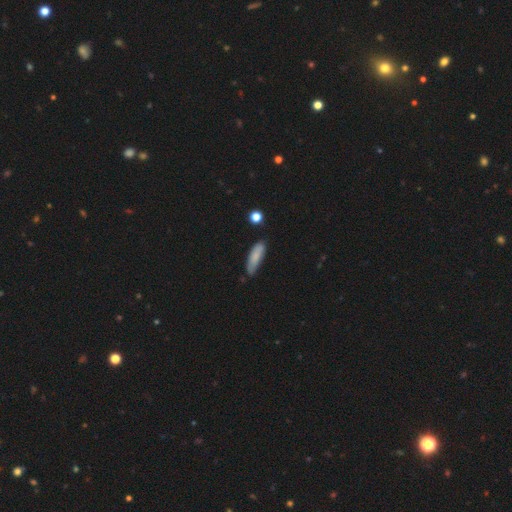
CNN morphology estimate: Q: Smooth or featured?
A: smooth (80%); runner-up: featured or disk (13%)
Q: How rounded?
A: cigar-shaped (54%); runner-up: in between (44%)
Q: Merging?
A: none (68%); runner-up: minor disturbance (24%)